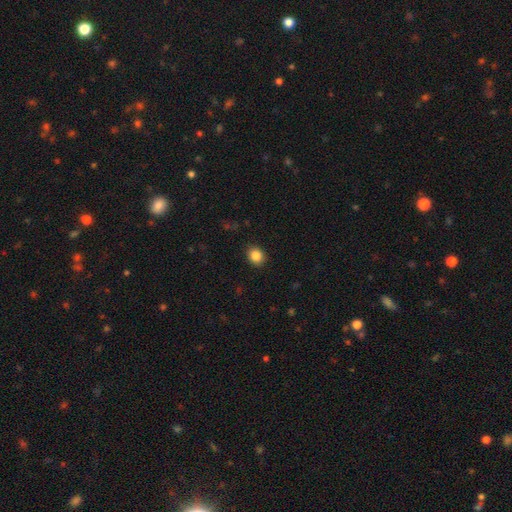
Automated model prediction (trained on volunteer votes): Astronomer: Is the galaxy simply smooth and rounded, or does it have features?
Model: smooth — 86%.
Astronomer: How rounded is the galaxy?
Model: round — 68%.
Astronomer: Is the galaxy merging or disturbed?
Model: none — 90%.